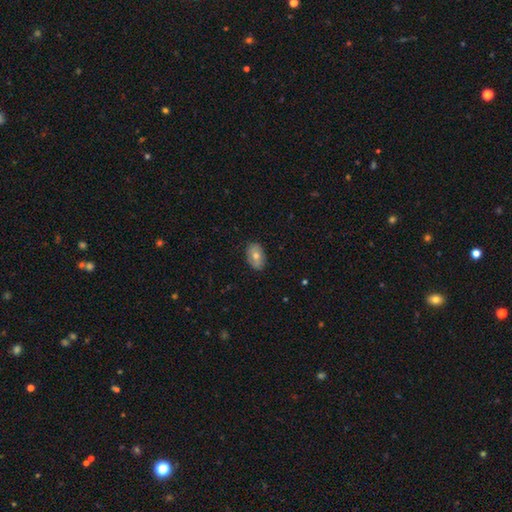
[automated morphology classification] A smooth galaxy with no disk features (63%) that is in between round and cigar-shaped (87%). Merging: none (86%).